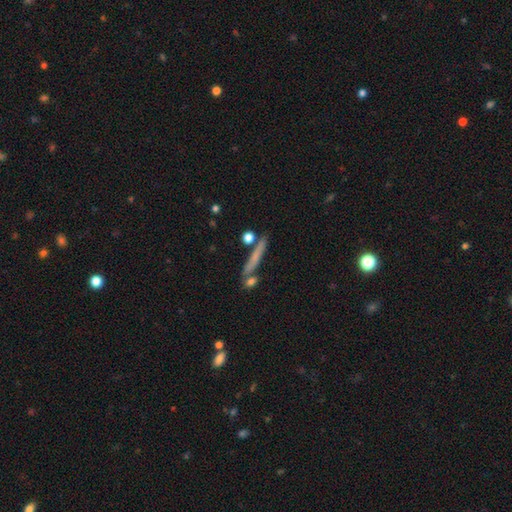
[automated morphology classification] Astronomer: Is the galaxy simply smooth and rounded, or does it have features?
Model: smooth — 55% (runner-up: featured or disk, 35%).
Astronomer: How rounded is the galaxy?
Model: cigar-shaped — 90%.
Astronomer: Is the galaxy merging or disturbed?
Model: none — 75%.